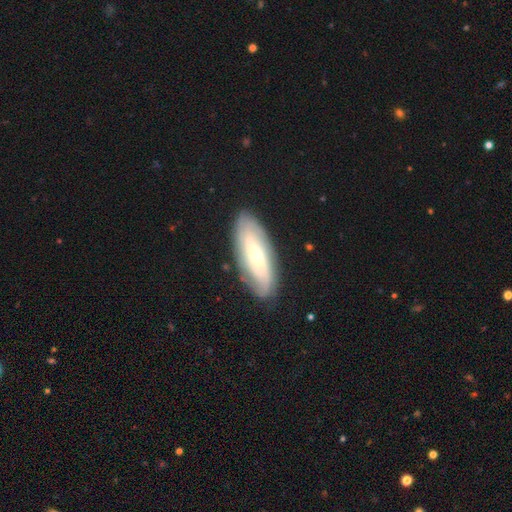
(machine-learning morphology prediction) featured or disk 65%, smooth 28%, star or artifact 7%. Down the decision tree: edge-on disk — no (83%); bar — no (56%); spiral arms — yes (78%); bulge size — small (67%); merging — none (85%).